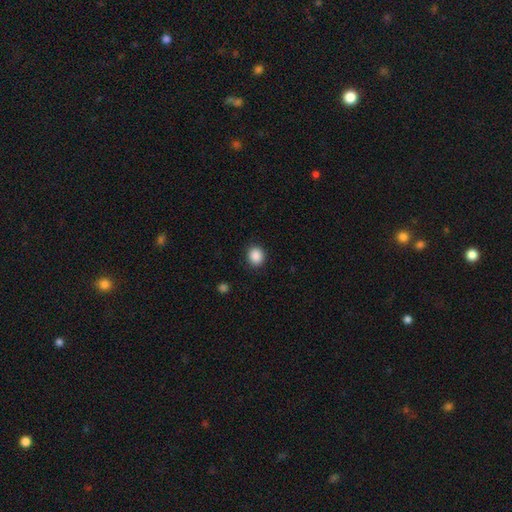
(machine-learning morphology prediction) smooth_or_featured: smooth (p=0.89) [alt: star or artifact p=0.09]
how_rounded: round (p=0.74) [alt: in between p=0.26]
merging: none (p=0.90) [alt: minor disturbance p=0.07]